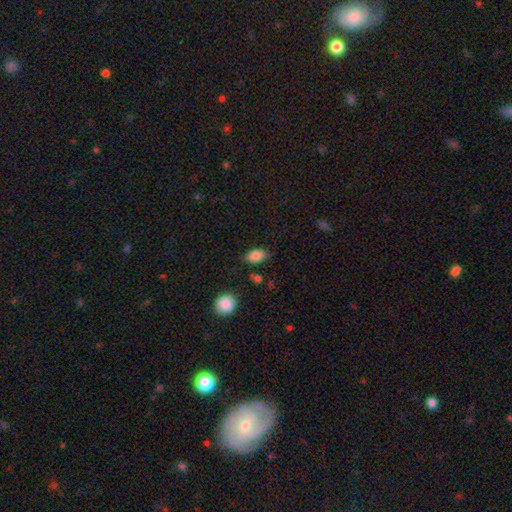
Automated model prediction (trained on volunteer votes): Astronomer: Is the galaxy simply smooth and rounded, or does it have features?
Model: smooth — 85%.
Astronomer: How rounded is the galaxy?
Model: in between — 88%.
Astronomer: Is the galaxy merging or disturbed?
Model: none — 77%.